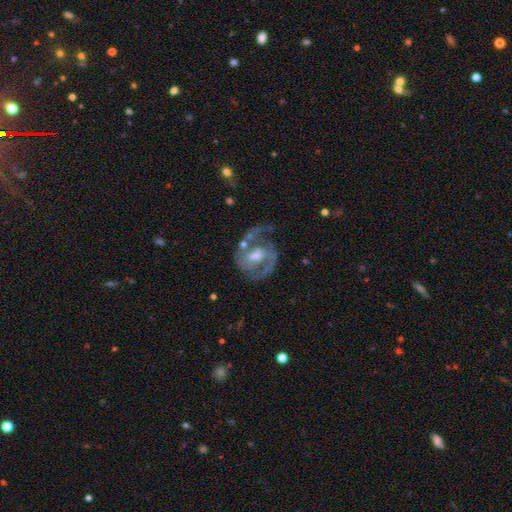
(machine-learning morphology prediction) smooth_or_featured: featured or disk (p=0.85) [alt: smooth p=0.09]
disk_edge_on: no (p=0.97) [alt: yes p=0.03]
bar: weak (p=0.51) [alt: no p=0.27]
has_spiral_arms: yes (p=0.92) [alt: no p=0.08]
spiral_winding: medium (p=0.52) [alt: tight p=0.34]
spiral_arm_count: 2 (p=0.77) [alt: 1 p=0.09]
bulge_size: moderate (p=0.55) [alt: small p=0.26]
merging: none (p=0.59) [alt: minor disturbance p=0.19]